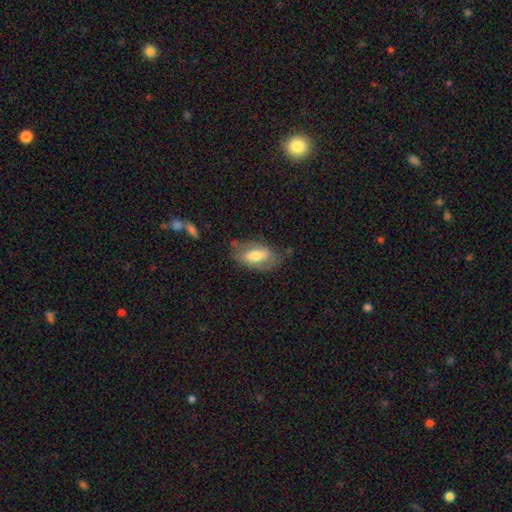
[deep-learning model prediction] This is possibly a smooth galaxy (54%). How rounded: clearly in between (90%). Merging: likely none (66%).